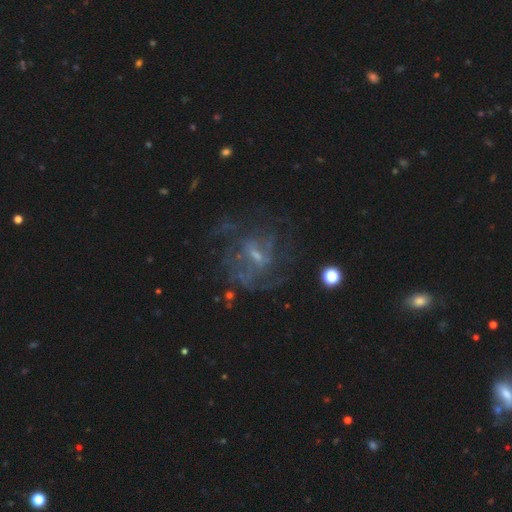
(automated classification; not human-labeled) Q: Smooth or featured?
A: featured or disk (73%); runner-up: star or artifact (15%)
Q: Edge-on disk?
A: no (96%); runner-up: yes (4%)
Q: Bar?
A: weak (52%); runner-up: no (30%)
Q: Spiral arms?
A: yes (73%); runner-up: no (27%)
Q: Spiral winding?
A: medium (42%); runner-up: tight (36%)
Q: Spiral arm count?
A: can't tell (52%); runner-up: 2 (16%)
Q: Bulge size?
A: small (59%); runner-up: moderate (24%)
Q: Merging?
A: none (59%); runner-up: major disturbance (21%)